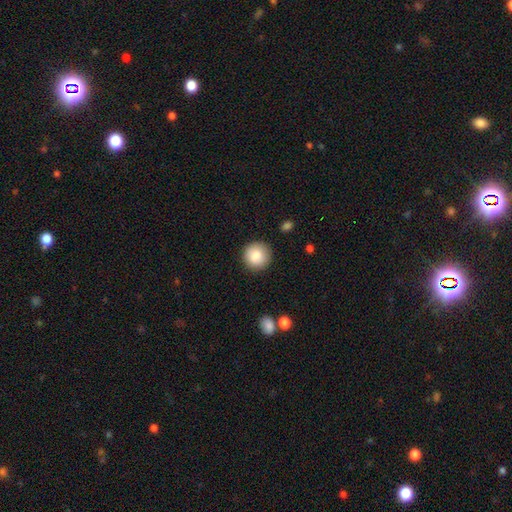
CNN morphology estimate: Smooth or featured? Predicted: smooth (p=0.86). How rounded? Predicted: round (p=0.94). Merging? Predicted: none (p=0.89).